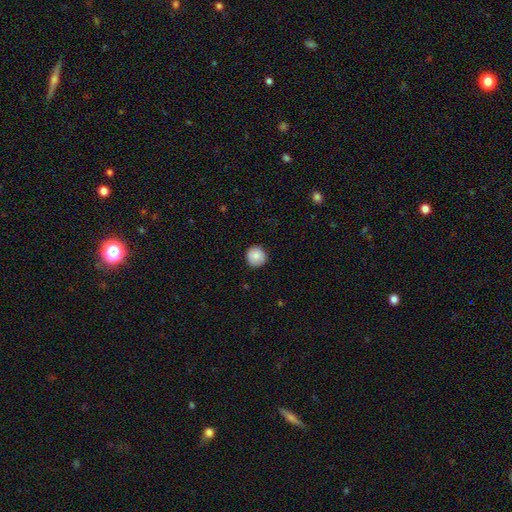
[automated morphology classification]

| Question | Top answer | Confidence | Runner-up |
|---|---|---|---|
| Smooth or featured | smooth | 83% | featured or disk (10%) |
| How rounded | round | 94% | in between (5%) |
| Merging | none | 88% | minor disturbance (9%) |